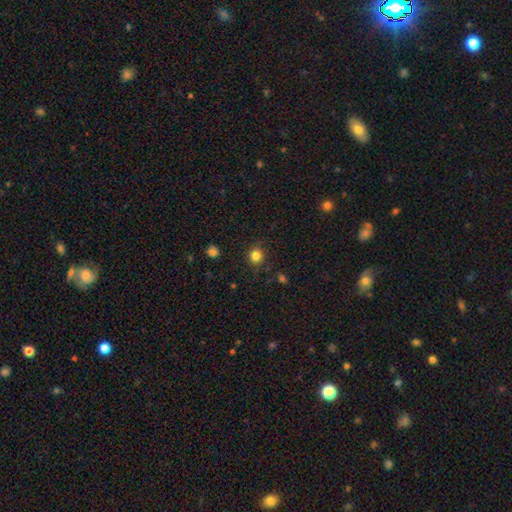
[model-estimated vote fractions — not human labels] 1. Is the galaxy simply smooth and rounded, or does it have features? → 83% smooth, 13% star or artifact, 4% featured or disk.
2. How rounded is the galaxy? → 91% round, 8% in between, 1% cigar-shaped.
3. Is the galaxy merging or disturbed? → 87% none, 9% minor disturbance, 3% major disturbance, 2% merger.